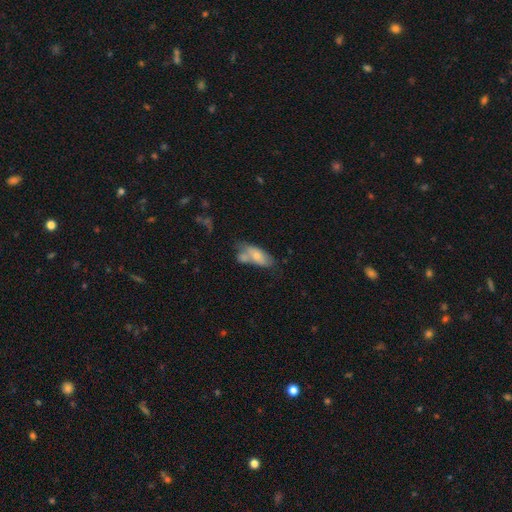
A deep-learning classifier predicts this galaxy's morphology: A smooth galaxy with no disk features (68%) that is in between round and cigar-shaped (85%). Merging: merger (40%).